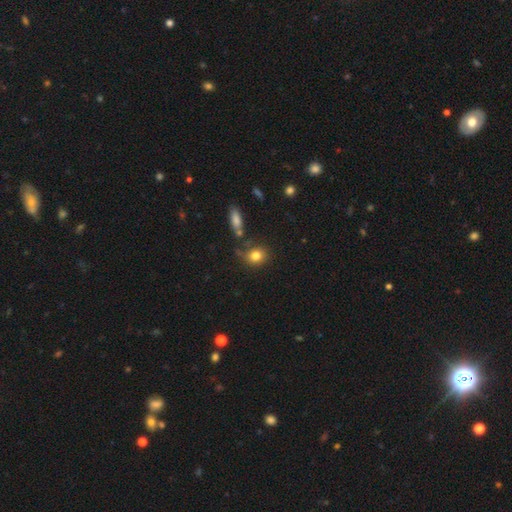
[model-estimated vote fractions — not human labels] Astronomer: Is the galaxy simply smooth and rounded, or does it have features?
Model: smooth — 82%.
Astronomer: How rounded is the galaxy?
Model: round — 67%.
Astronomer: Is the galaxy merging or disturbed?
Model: none — 70%.